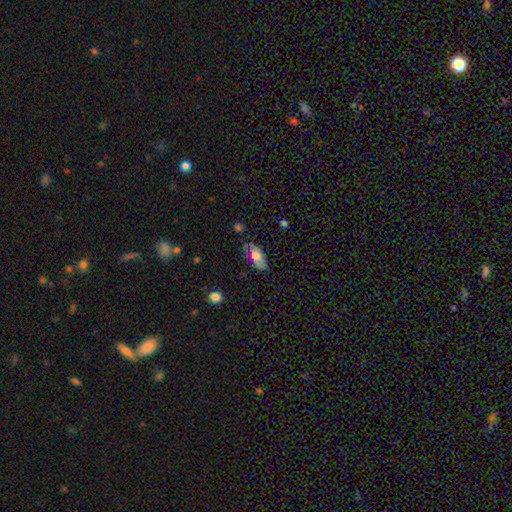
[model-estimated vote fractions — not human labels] Smooth or featured: smooth — 58% (featured or disk — 33%)
How rounded: in between — 87% (cigar-shaped — 10%)
Merging: none — 69% (minor disturbance — 22%)